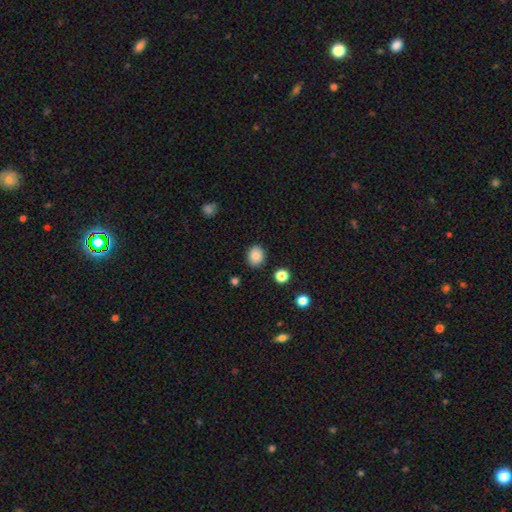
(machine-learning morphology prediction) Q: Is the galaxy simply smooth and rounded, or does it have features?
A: smooth — 87%.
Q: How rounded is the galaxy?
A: round — 62%.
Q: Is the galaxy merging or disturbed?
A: none — 86%.